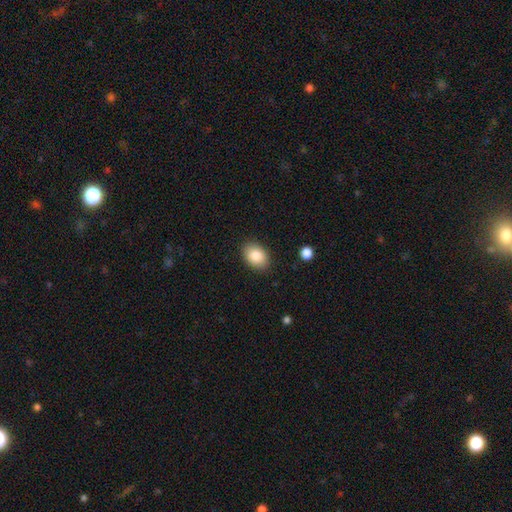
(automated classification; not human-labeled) Q: Smooth or featured?
A: smooth (86%); runner-up: star or artifact (7%)
Q: How rounded?
A: in between (79%); runner-up: round (20%)
Q: Merging?
A: none (88%); runner-up: minor disturbance (9%)